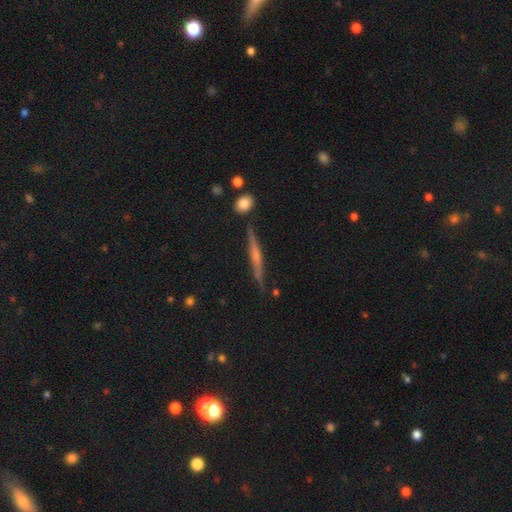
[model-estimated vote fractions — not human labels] Smooth or featured: featured or disk — 63% (smooth — 29%)
Edge-on disk: yes — 97% (no — 3%)
Edge-on bulge: rounded — 41% (none — 40%)
Merging: none — 83% (minor disturbance — 12%)